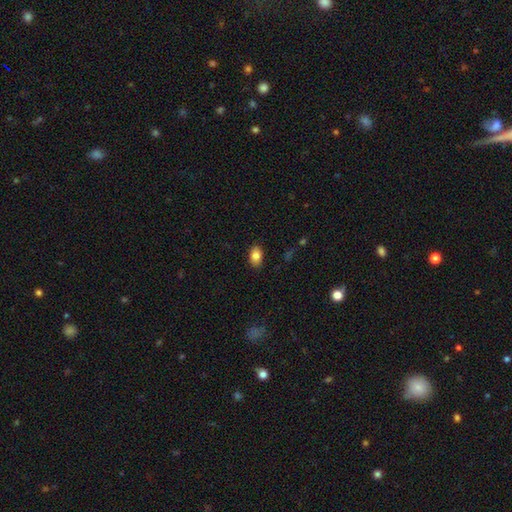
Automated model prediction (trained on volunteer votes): smooth 83%, star or artifact 8%, featured or disk 8%. Down the decision tree: how rounded — in between (86%); merging — none (87%).